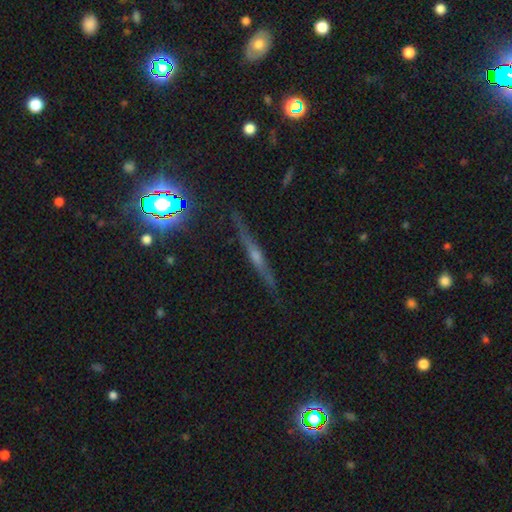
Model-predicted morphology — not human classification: smooth_or_featured: featured or disk (p=0.68) [alt: star or artifact p=0.18]
disk_edge_on: yes (p=0.96) [alt: no p=0.04]
edge_on_bulge: rounded (p=0.84) [alt: none p=0.10]
merging: none (p=0.89) [alt: minor disturbance p=0.08]